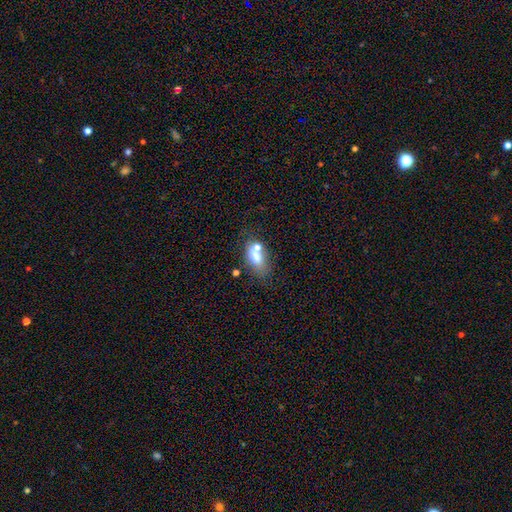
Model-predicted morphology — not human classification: A smooth galaxy with no disk features (66%) that is in between round and cigar-shaped (83%). Merging: merger (37%).